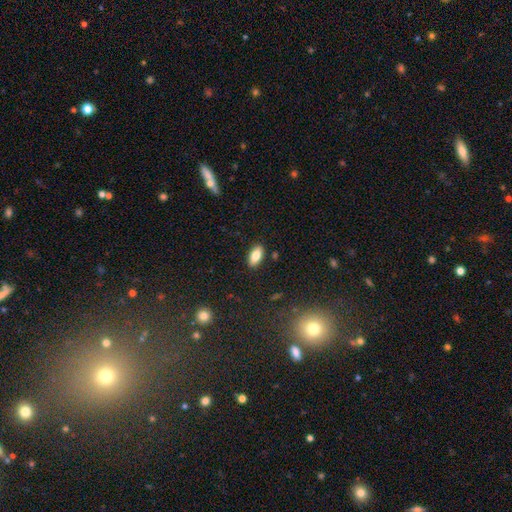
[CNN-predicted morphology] Smooth or featured? smooth (80%)
How rounded? in between (89%)
Merging? none (88%)